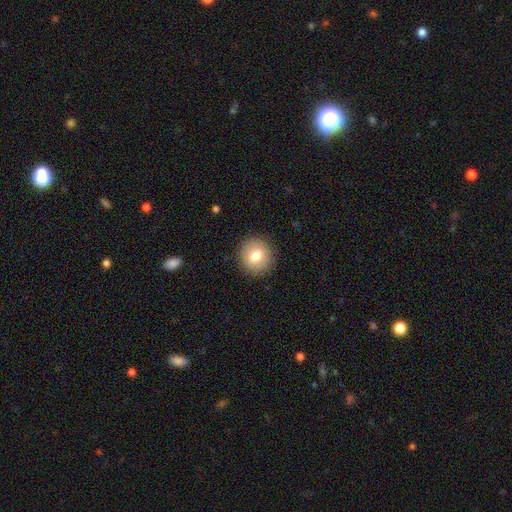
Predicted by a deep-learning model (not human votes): Smooth or featured? Predicted: smooth (p=0.77). How rounded? Predicted: round (p=0.90). Merging? Predicted: none (p=0.90).